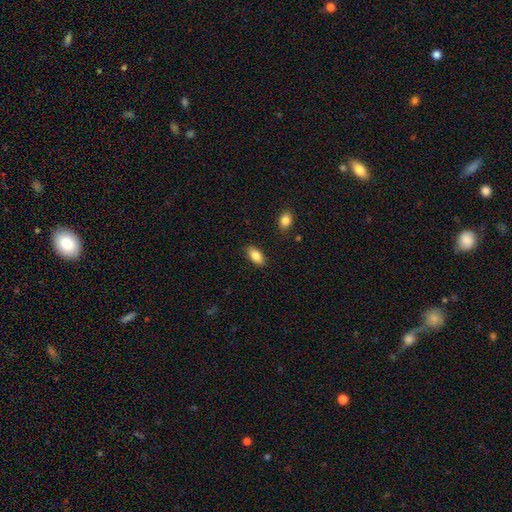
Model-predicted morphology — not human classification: Overall: smooth (83%). How rounded: in between (92%). Merging: none (87%).